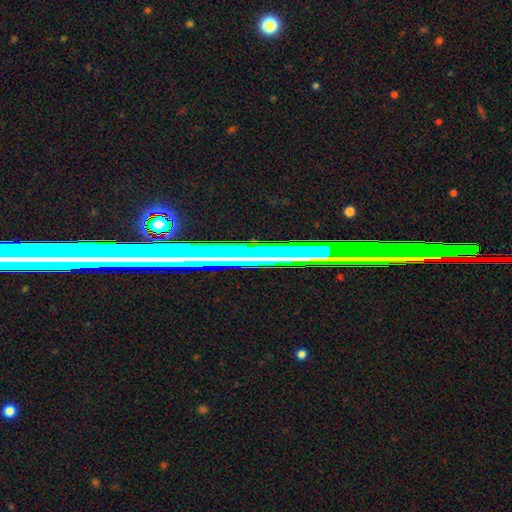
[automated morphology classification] type=star or artifact (59%).